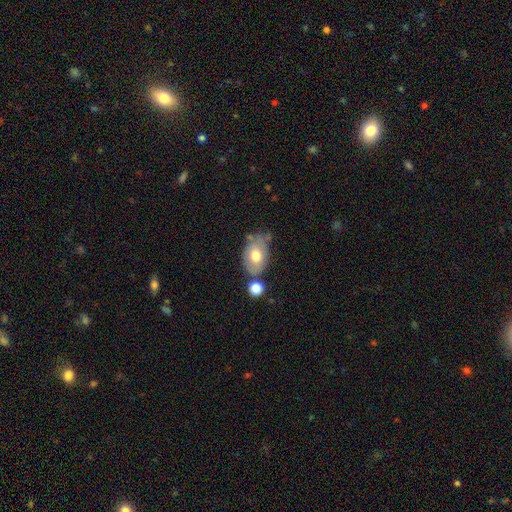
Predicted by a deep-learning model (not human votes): Morphology: type=smooth (65%); roundness=in between (84%); merging=none (55%).